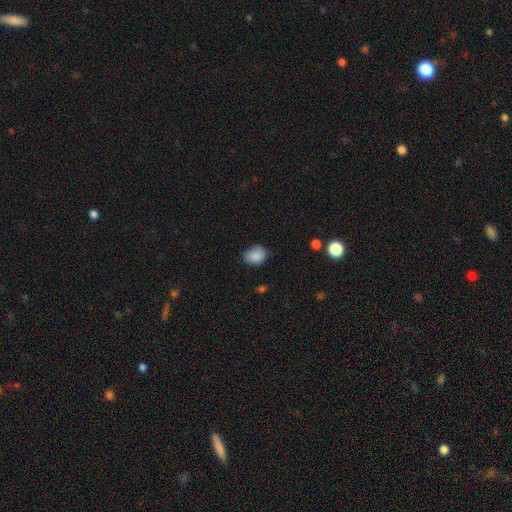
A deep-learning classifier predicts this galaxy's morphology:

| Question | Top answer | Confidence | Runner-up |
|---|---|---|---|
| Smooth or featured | smooth | 84% | star or artifact (8%) |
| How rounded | in between | 57% | round (42%) |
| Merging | none | 64% | minor disturbance (27%) |